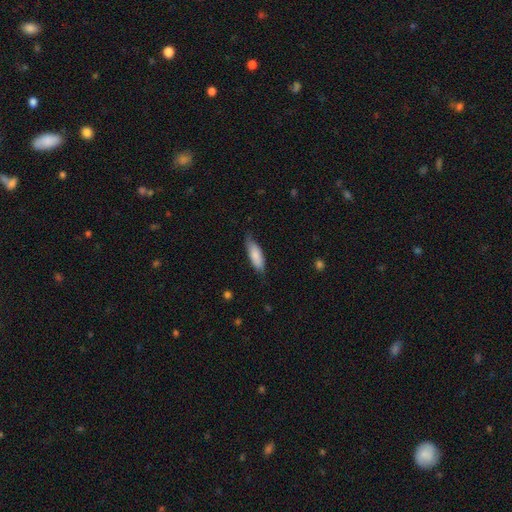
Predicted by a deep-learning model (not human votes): A smooth galaxy with no disk features (82%) that is in between round and cigar-shaped (61%). Merging: none (69%).